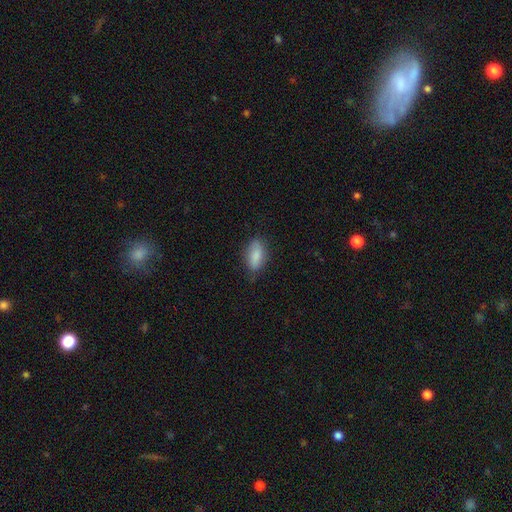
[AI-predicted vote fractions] smooth 84%, featured or disk 10%, star or artifact 7%. Down the decision tree: how rounded — in between (86%); merging — none (73%).